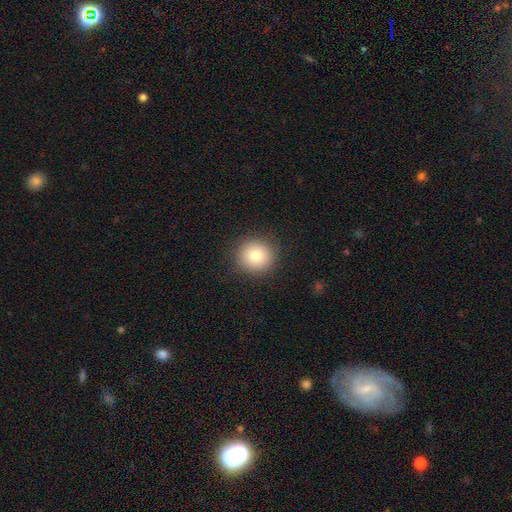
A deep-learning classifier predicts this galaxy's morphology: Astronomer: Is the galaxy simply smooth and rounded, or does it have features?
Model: smooth — 83%.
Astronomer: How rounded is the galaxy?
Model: round — 89%.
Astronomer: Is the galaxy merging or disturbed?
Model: none — 89%.